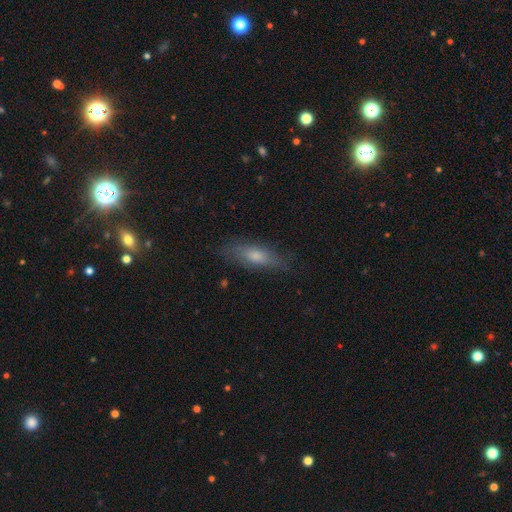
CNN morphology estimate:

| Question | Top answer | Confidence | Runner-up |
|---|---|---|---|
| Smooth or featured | smooth | 63% | featured or disk (29%) |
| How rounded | in between | 49% | cigar-shaped (48%) |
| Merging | none | 78% | minor disturbance (17%) |